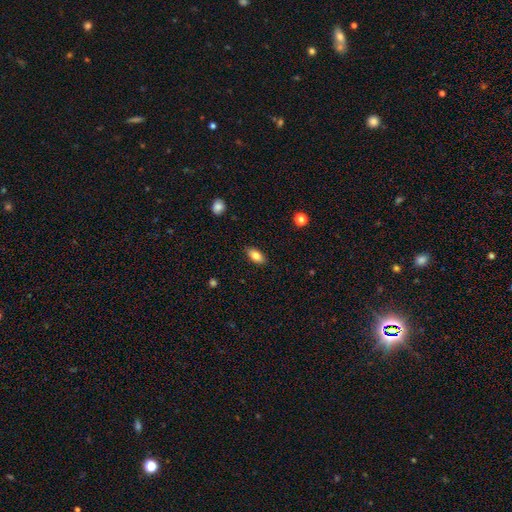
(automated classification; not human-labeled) Overall: smooth (81%). How rounded: in between (89%). Merging: none (87%).